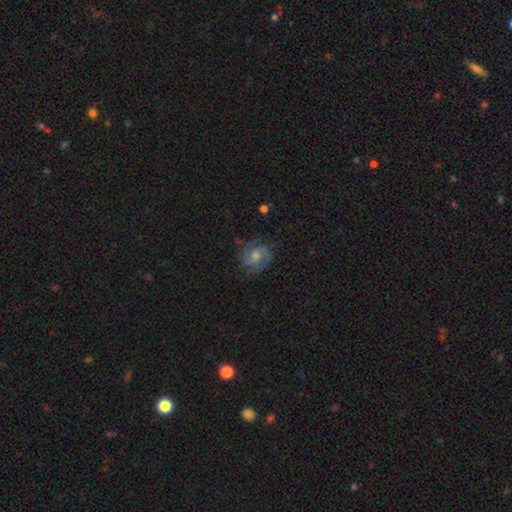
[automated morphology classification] smooth_or_featured: featured or disk (p=0.78) [alt: smooth p=0.13]
disk_edge_on: no (p=0.98) [alt: yes p=0.02]
bar: no (p=0.47) [alt: weak p=0.45]
has_spiral_arms: yes (p=0.96) [alt: no p=0.04]
spiral_winding: medium (p=0.48) [alt: tight p=0.42]
spiral_arm_count: 2 (p=0.80) [alt: can't tell p=0.08]
bulge_size: moderate (p=0.55) [alt: small p=0.30]
merging: none (p=0.80) [alt: minor disturbance p=0.14]